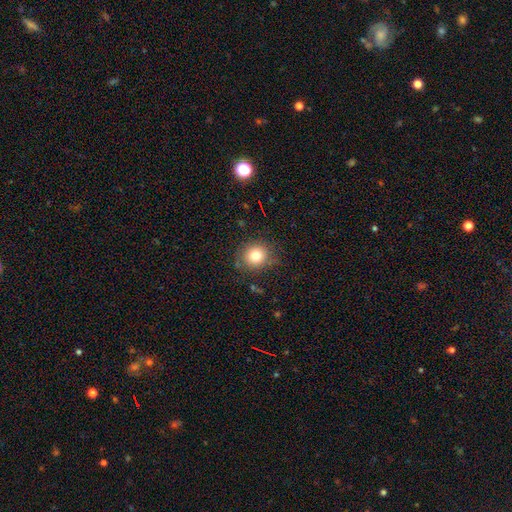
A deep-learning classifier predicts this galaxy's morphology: This appears to be a smooth galaxy with no disk features (78%) that is round (83%). Merging: none (82%).